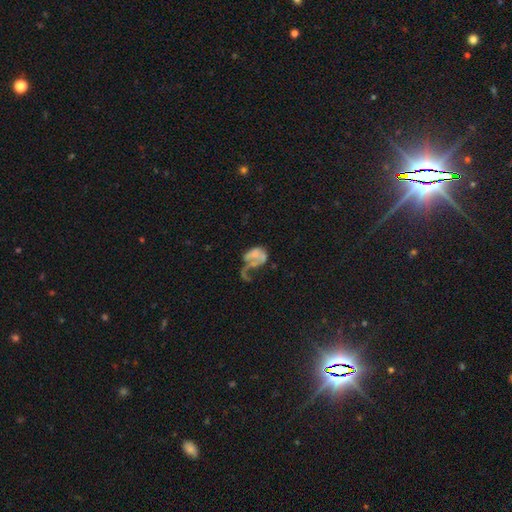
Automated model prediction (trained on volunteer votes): A featured or disk galaxy (56%) with no bar (84%), no spiral arms (67%) and no central bulge (40%).

Vote fractions:
- Smooth or featured? featured or disk: 56% / smooth: 33% / star or artifact: 10%
- Edge-on disk? no: 98% / yes: 2%
- Bar? no: 84% / weak: 13% / strong: 3%
- Spiral arms? no: 67% / yes: 33%
- Bulge size? none: 40% / small: 32% / moderate: 22% / large: 4% / dominant: 2%
- Merging? major disturbance: 52% / merger: 21% / none: 15% / minor disturbance: 12%